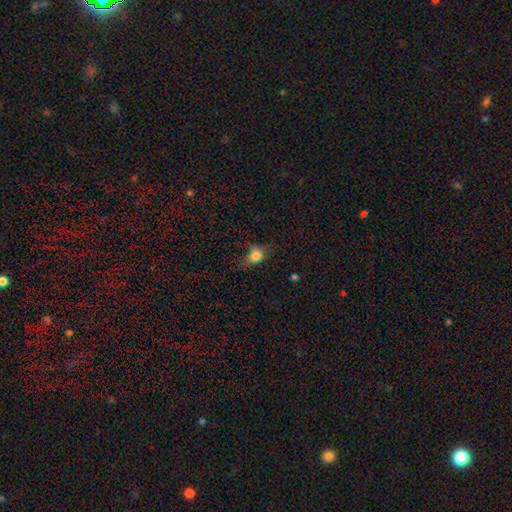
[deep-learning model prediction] smooth-or-featured: smooth: 81% | star or artifact: 11% | featured or disk: 8%
  how-rounded: round: 50% | in between: 47% | cigar-shaped: 2%
  merging: none: 55% | minor disturbance: 30% | major disturbance: 13% | merger: 2%